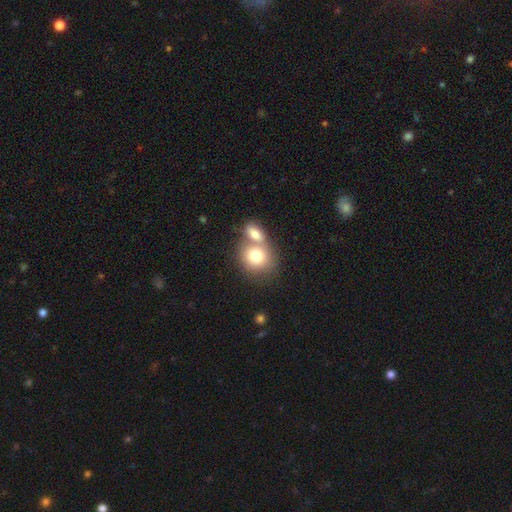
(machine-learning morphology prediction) This appears to be a smooth galaxy with no disk features (77%) that is round (68%). Merging: merger (56%).